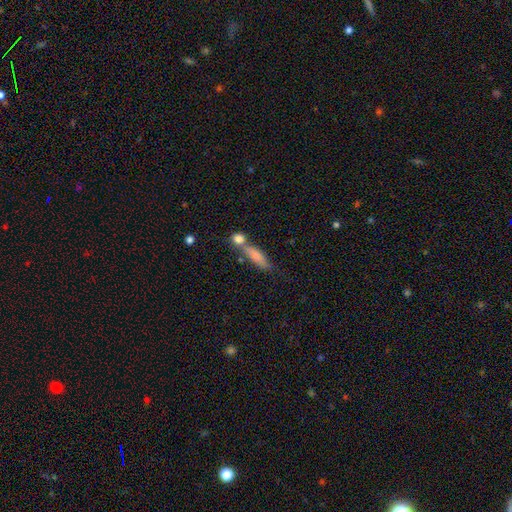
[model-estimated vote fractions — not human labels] A smooth galaxy with no disk features (75%) that is cigar-shaped (62%). Merging: none (47%).